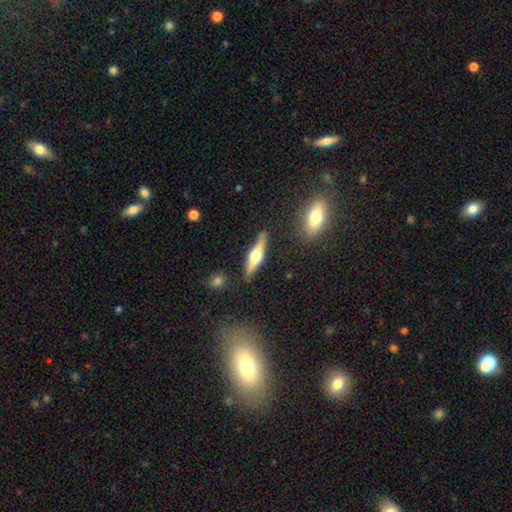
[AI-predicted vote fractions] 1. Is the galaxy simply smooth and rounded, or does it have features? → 64% featured or disk, 31% smooth, 5% star or artifact.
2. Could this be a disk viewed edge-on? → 96% yes, 4% no.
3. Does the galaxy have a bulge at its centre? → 94% rounded, 4% boxy, 2% none.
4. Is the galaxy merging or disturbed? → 86% none, 9% minor disturbance, 2% merger, 2% major disturbance.